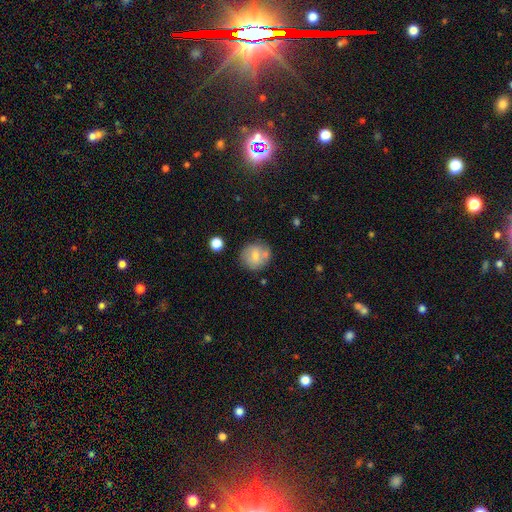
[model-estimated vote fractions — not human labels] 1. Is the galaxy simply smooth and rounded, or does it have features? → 71% smooth, 20% featured or disk, 9% star or artifact.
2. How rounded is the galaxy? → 89% round, 10% in between, 1% cigar-shaped.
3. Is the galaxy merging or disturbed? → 68% none, 14% merger, 13% minor disturbance, 4% major disturbance.